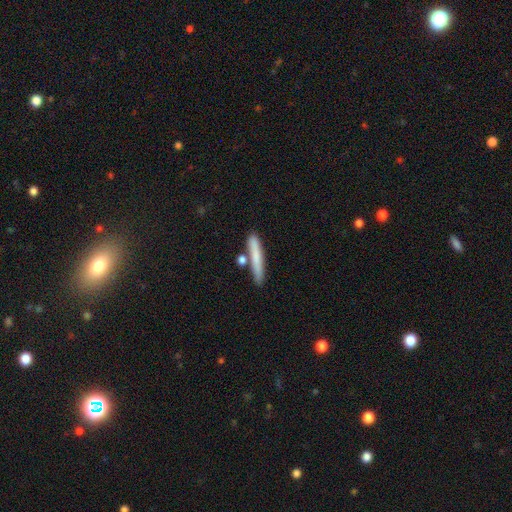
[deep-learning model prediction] Smooth or featured? smooth (74%)
How rounded? cigar-shaped (91%)
Merging? none (76%)